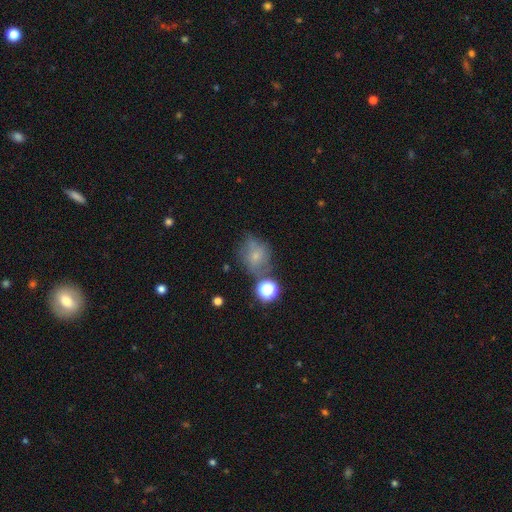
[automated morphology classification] smooth 56%, featured or disk 26%, star or artifact 18%. Down the decision tree: how rounded — round (65%); merging — none (51%).